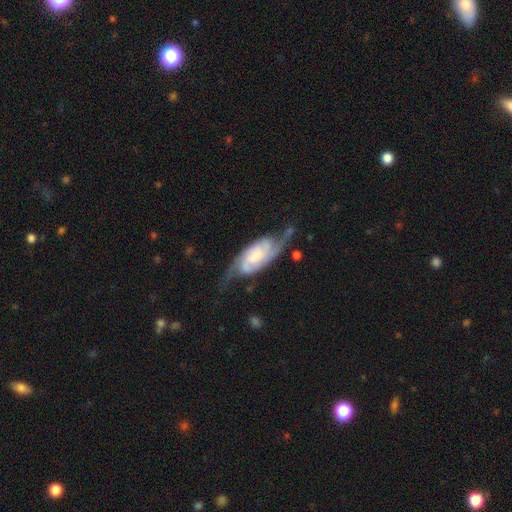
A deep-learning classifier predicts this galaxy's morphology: Smooth or featured: featured or disk — 82% (smooth — 12%)
Edge-on disk: no — 93% (yes — 7%)
Bar: no — 53% (weak — 33%)
Spiral arms: yes — 96% (no — 4%)
Spiral winding: medium — 45% (tight — 28%)
Spiral arm count: 2 — 87% (can't tell — 5%)
Bulge size: none — 28% (small — 27%)
Merging: none — 58% (minor disturbance — 23%)